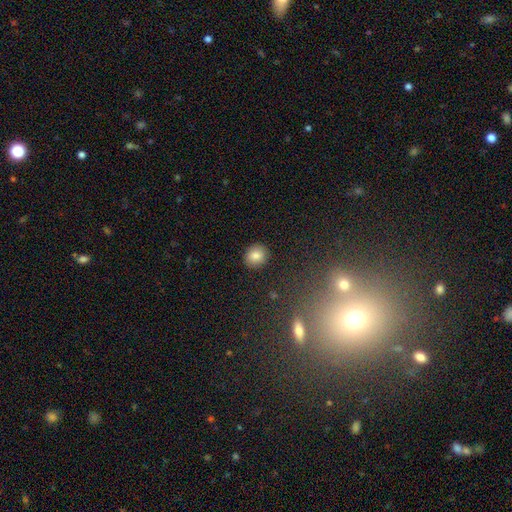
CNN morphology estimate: smooth-or-featured: smooth: 84% | star or artifact: 10% | featured or disk: 7%
  how-rounded: round: 74% | in between: 25% | cigar-shaped: 1%
  merging: none: 90% | minor disturbance: 7% | major disturbance: 2% | merger: 1%